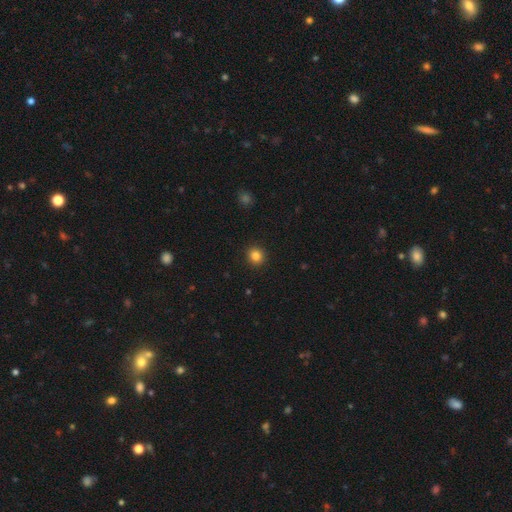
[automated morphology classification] smooth_or_featured: smooth (p=0.84) [alt: star or artifact p=0.12]
how_rounded: round (p=0.90) [alt: in between p=0.09]
merging: none (p=0.92) [alt: minor disturbance p=0.05]